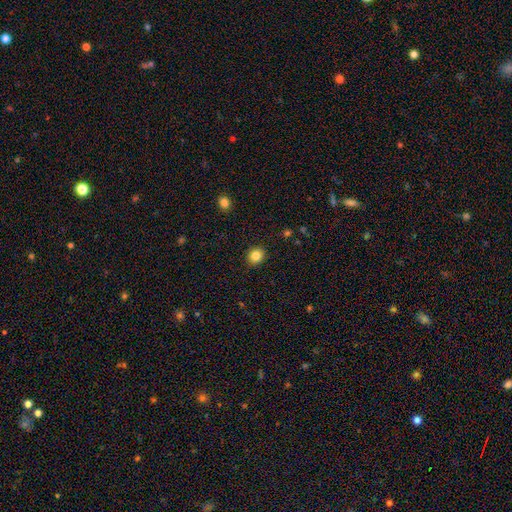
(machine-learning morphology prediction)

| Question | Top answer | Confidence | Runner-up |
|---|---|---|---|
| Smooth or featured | smooth | 84% | star or artifact (11%) |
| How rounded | round | 75% | in between (24%) |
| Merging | none | 91% | minor disturbance (6%) |